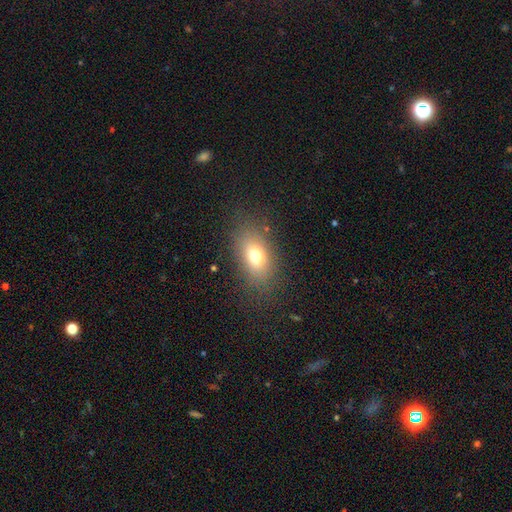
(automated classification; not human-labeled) Morphology: type=smooth (72%); roundness=in between (80%); merging=none (81%).